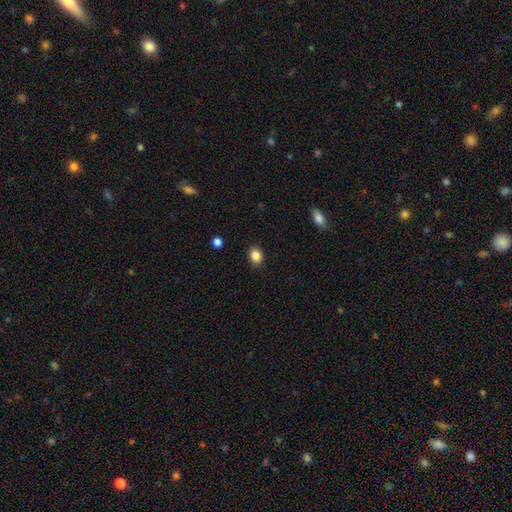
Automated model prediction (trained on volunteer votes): Smooth or featured?
  - smooth: 86% *
  - star or artifact: 10%
  - featured or disk: 4%
How rounded?
  - round: 51% *
  - in between: 48%
  - cigar-shaped: 1%
Merging?
  - none: 89% *
  - minor disturbance: 8%
  - major disturbance: 2%
  - merger: 1%